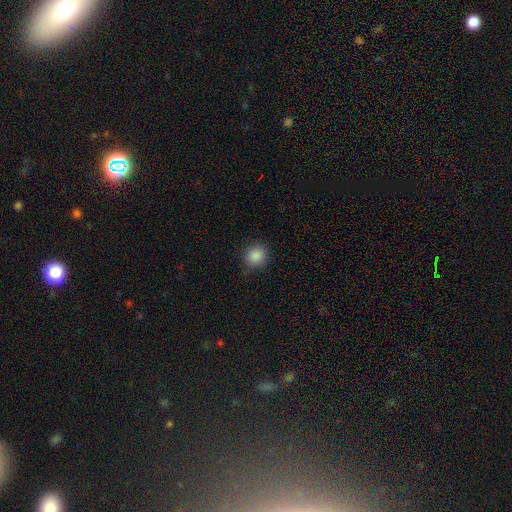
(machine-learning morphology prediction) Q: Smooth or featured?
A: smooth (87%); runner-up: star or artifact (10%)
Q: How rounded?
A: round (83%); runner-up: in between (16%)
Q: Merging?
A: none (87%); runner-up: minor disturbance (9%)